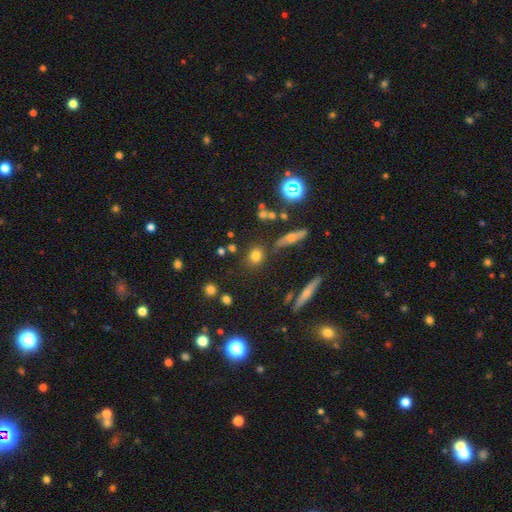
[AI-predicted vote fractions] This appears to be a smooth galaxy with no disk features (75%) that is round (68%). Merging: none (78%).